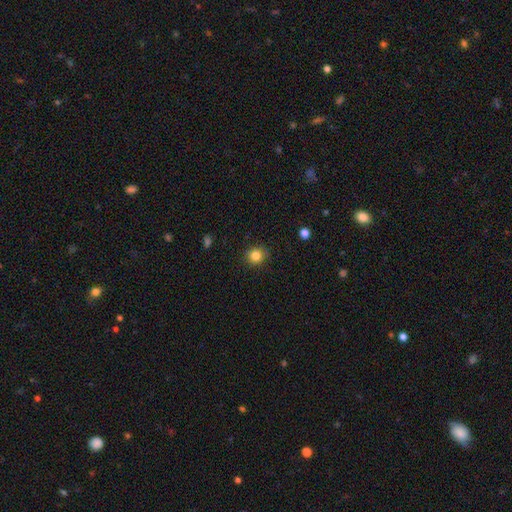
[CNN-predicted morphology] type=smooth (83%); roundness=round (87%); merging=none (87%).